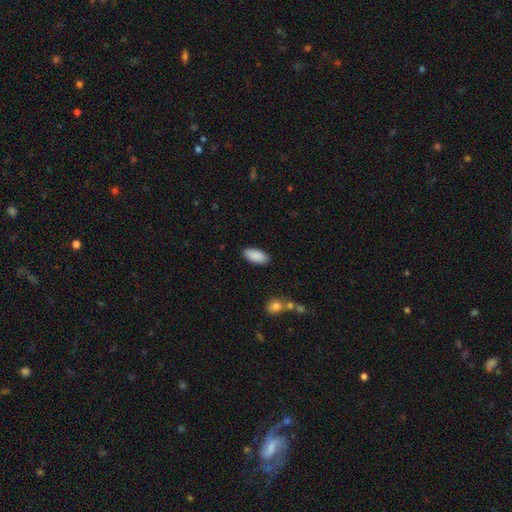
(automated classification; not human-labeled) A smooth galaxy with no disk features (90%) that is in between round and cigar-shaped (90%). Merging: none (89%).